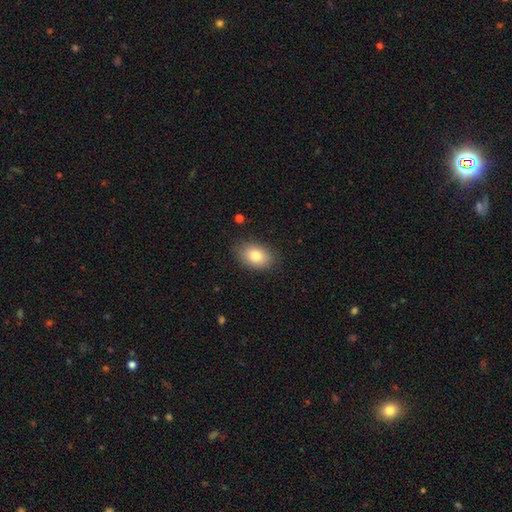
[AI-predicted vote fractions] The model was most divided on "how rounded": in between: 84%, round: 15%, cigar-shaped: 1%. More confident: merging — none (85%); smooth or featured — smooth (81%).